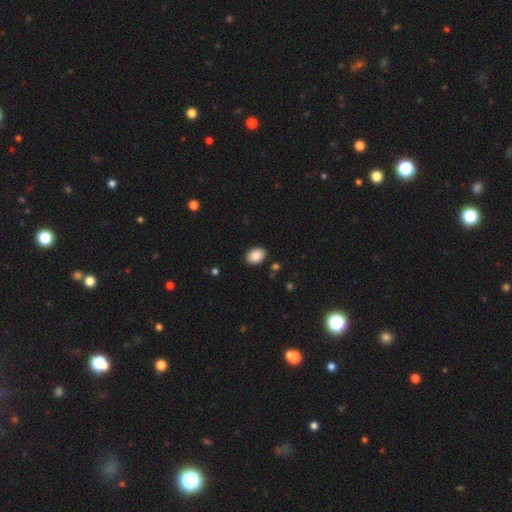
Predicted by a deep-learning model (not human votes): A smooth galaxy with no disk features (89%) that is in between round and cigar-shaped (74%). Merging: none (88%).